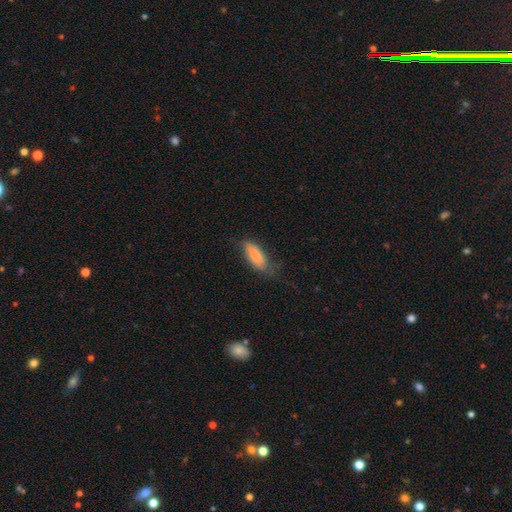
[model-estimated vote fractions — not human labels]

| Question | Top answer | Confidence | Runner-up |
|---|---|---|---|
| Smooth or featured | smooth | 81% | featured or disk (13%) |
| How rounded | in between | 80% | cigar-shaped (18%) |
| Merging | none | 56% | minor disturbance (31%) |